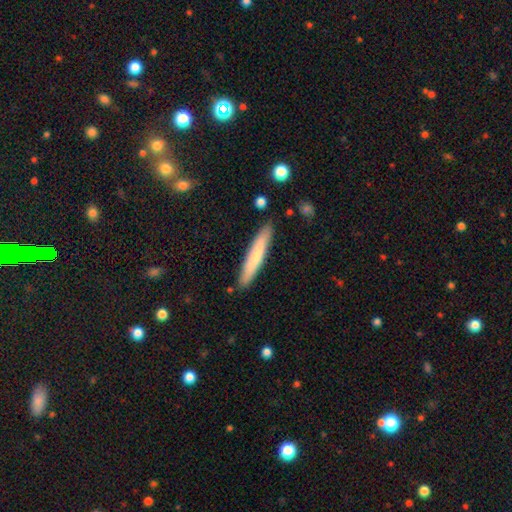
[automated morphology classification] A smooth galaxy with no disk features (72%) that is cigar-shaped (93%).

Vote fractions:
- Smooth or featured? smooth: 72% / featured or disk: 23% / star or artifact: 5%
- How rounded? cigar-shaped: 93% / in between: 6% / round: 1%
- Merging? none: 89% / minor disturbance: 8% / merger: 2% / major disturbance: 1%